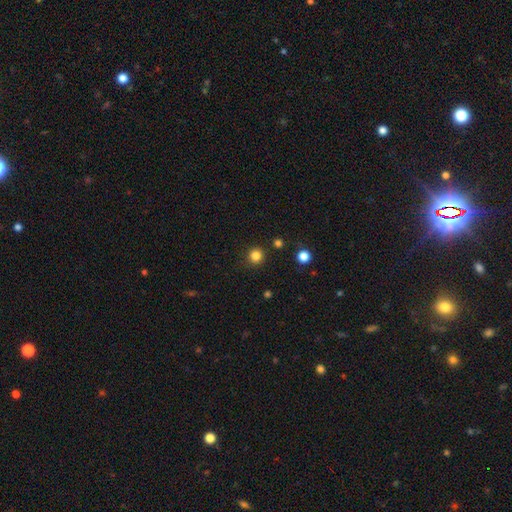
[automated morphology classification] Smooth or featured? smooth (83%)
How rounded? round (94%)
Merging? none (90%)